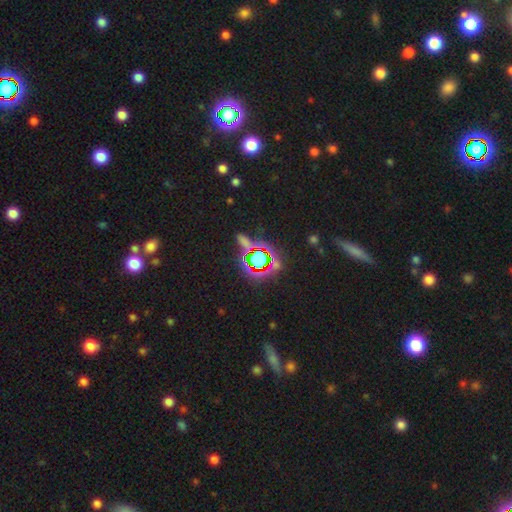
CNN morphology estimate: smooth-or-featured: star or artifact: 67% | smooth: 20% | featured or disk: 12%